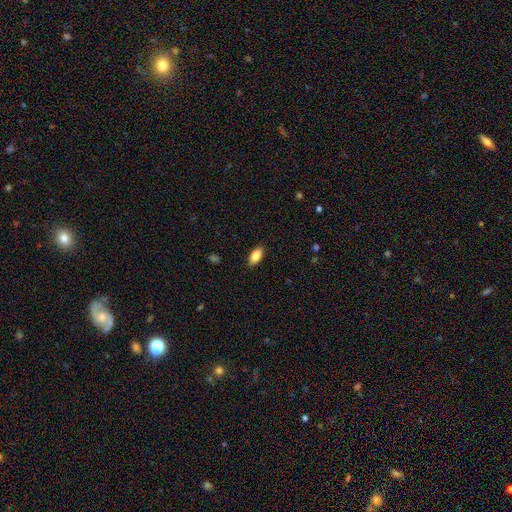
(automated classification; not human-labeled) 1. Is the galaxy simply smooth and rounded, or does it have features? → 86% smooth, 8% featured or disk, 7% star or artifact.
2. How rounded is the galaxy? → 89% in between, 8% cigar-shaped, 2% round.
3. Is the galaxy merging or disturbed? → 89% none, 8% minor disturbance, 2% major disturbance, 1% merger.